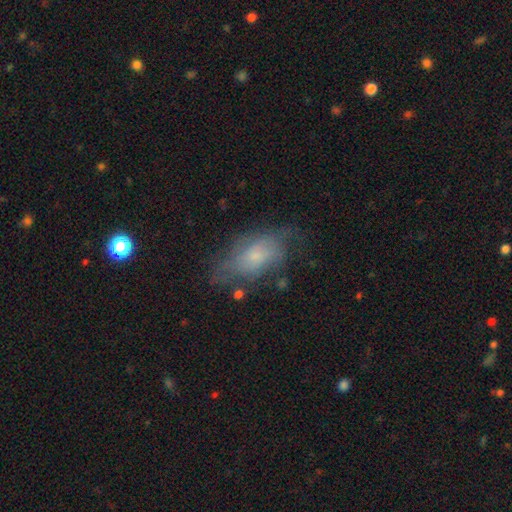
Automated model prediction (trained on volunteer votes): This is possibly a smooth galaxy (50%). Merging: possibly none (51%).